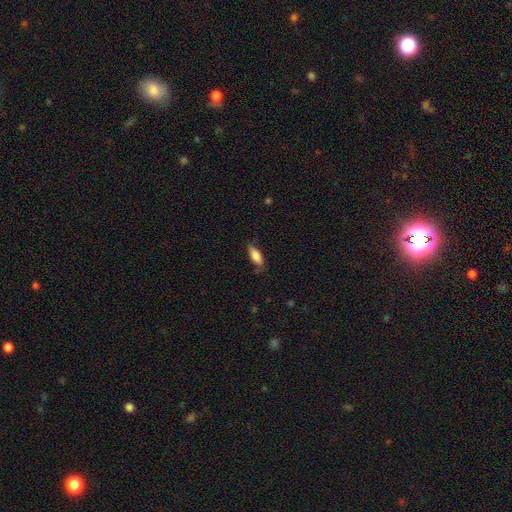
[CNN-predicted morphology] Smooth or featured? smooth (81%)
How rounded? in between (76%)
Merging? none (71%)